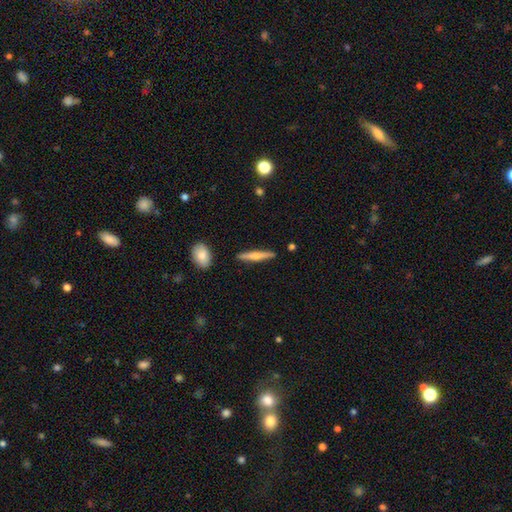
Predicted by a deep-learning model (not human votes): smooth 52%, featured or disk 42%, star or artifact 6%. Down the decision tree: how rounded — cigar-shaped (90%); merging — none (88%).